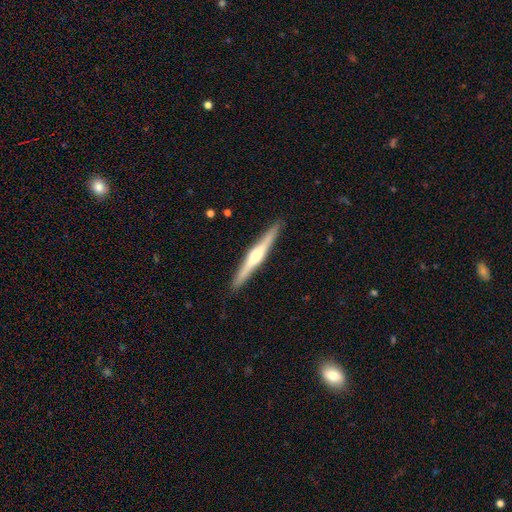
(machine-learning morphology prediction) smooth-or-featured: featured or disk: 71% | smooth: 24% | star or artifact: 5%
  disk-edge-on: yes: 98% | no: 2%
    edge-on-bulge: rounded: 86% | none: 8% | boxy: 6%
  merging: none: 91% | minor disturbance: 6% | major disturbance: 1% | merger: 1%